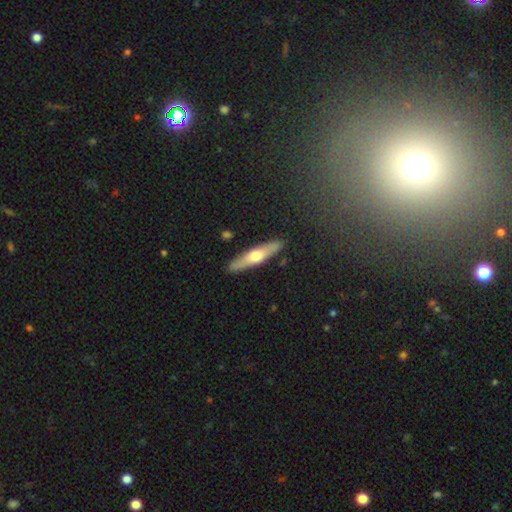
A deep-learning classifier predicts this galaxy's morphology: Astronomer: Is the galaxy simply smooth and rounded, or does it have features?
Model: featured or disk — 48% (runner-up: smooth, 47%).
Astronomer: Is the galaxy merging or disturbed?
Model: none — 89%.